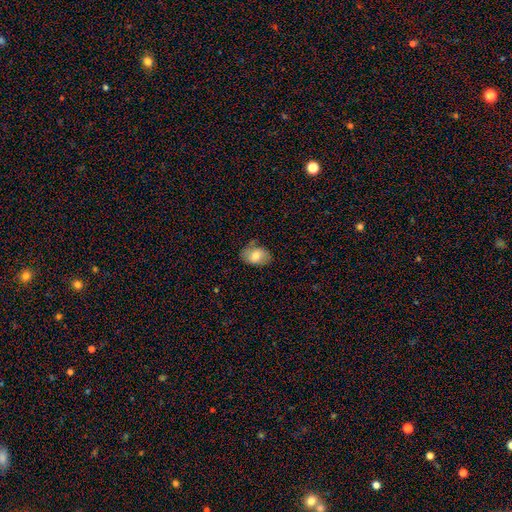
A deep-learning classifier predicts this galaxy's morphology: This is likely a smooth galaxy (75%). How rounded: clearly in between (83%). Merging: likely none (66%).